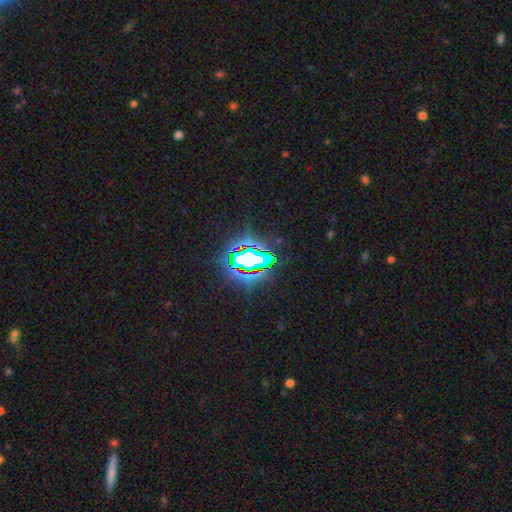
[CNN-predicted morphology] A star or artifact, not a galaxy (83%).

Vote fractions:
- Smooth or featured? star or artifact: 83% / smooth: 10% / featured or disk: 7%